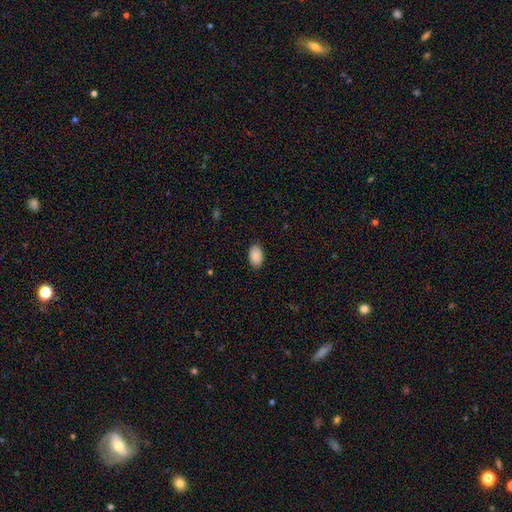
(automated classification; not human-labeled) Smooth or featured: smooth — 88% (star or artifact — 7%)
How rounded: in between — 93% (round — 6%)
Merging: none — 87% (minor disturbance — 10%)